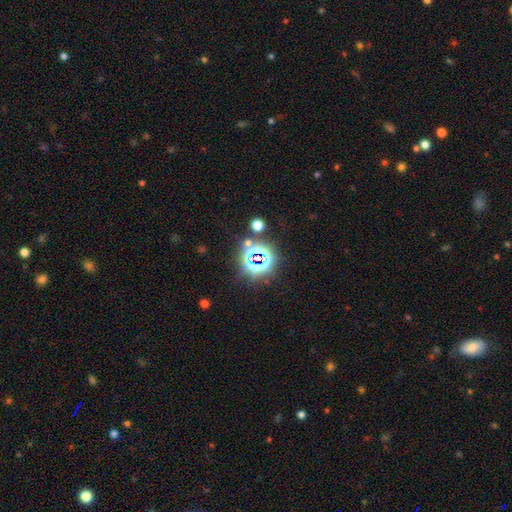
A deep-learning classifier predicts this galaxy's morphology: type=star or artifact (71%).